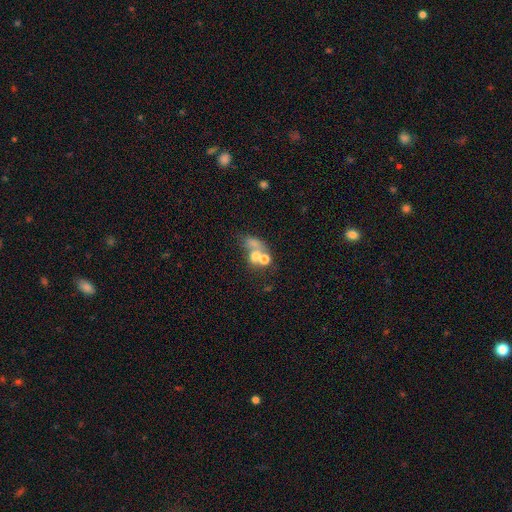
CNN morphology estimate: Smooth or featured? smooth (54%)
How rounded? round (53%)
Merging? merger (58%)